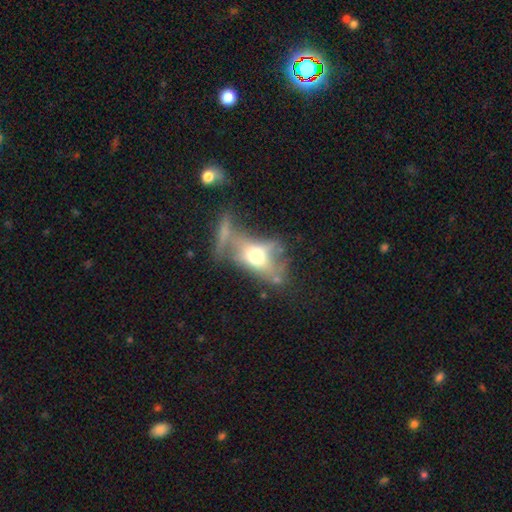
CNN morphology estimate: A featured or disk galaxy (45%). Merging: major disturbance (30%).